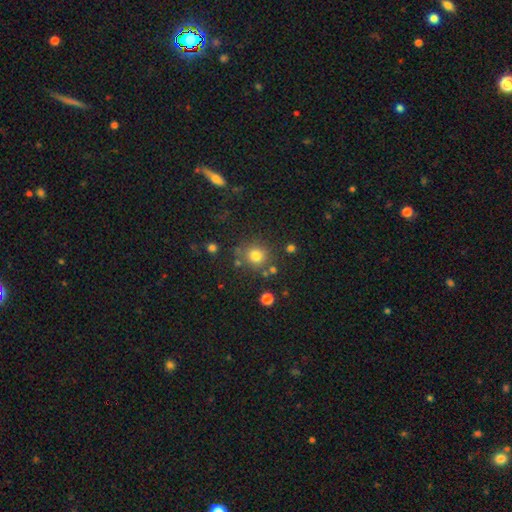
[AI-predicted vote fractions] This appears to be a smooth galaxy with no disk features (78%) that is round (89%). Merging: none (77%).